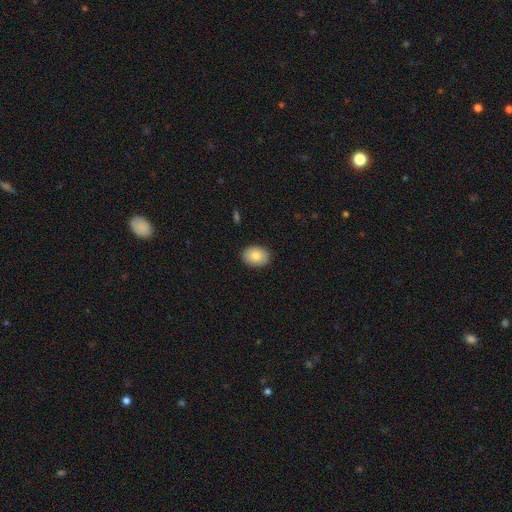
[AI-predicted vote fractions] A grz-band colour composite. It shows a smooth galaxy with no disk features (86%) that is in between round and cigar-shaped (71%). Merging: none (89%).